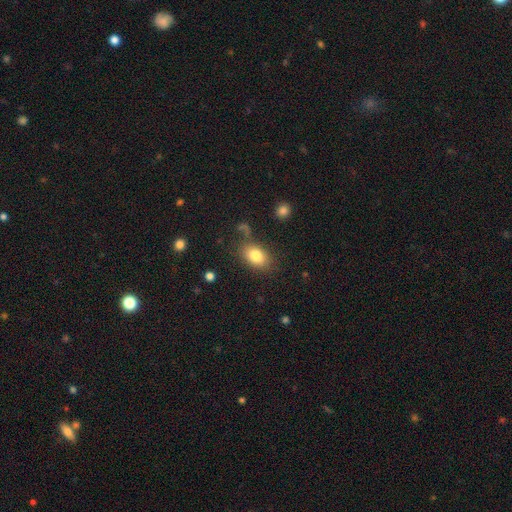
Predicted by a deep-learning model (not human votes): Morphology: type=smooth (82%); roundness=in between (84%); merging=none (78%).